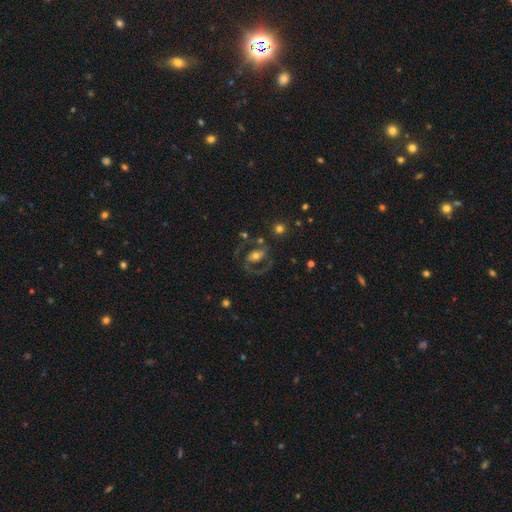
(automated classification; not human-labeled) The model was most divided on "bar": no: 48%, weak: 28%, strong: 25%. More confident: edge-on disk — no (95%); spiral arms — yes (69%); smooth or featured — featured or disk (65%); bulge size — moderate (63%); merging — none (55%).